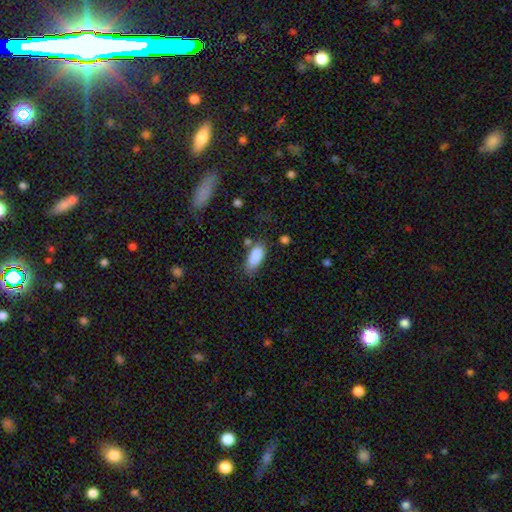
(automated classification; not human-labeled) Q: Smooth or featured?
A: smooth (86%); runner-up: star or artifact (8%)
Q: How rounded?
A: in between (84%); runner-up: cigar-shaped (14%)
Q: Merging?
A: none (59%); runner-up: minor disturbance (25%)